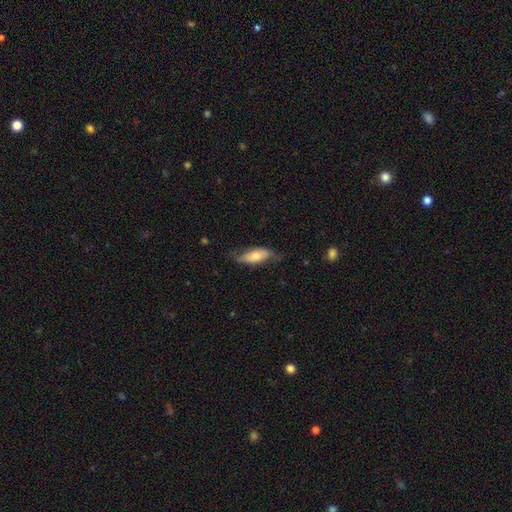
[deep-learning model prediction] Smooth or featured? Predicted: smooth (p=0.63). How rounded? Predicted: in between (p=0.74). Merging? Predicted: none (p=0.63).